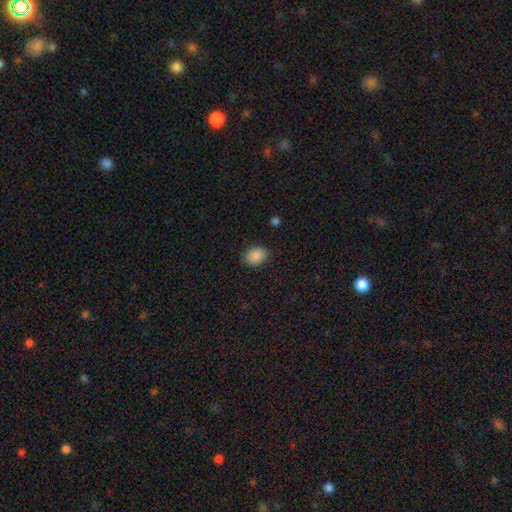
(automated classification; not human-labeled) The model was most divided on "how rounded": in between: 66%, round: 33%, cigar-shaped: 1%. More confident: smooth or featured — smooth (88%); merging — none (87%).